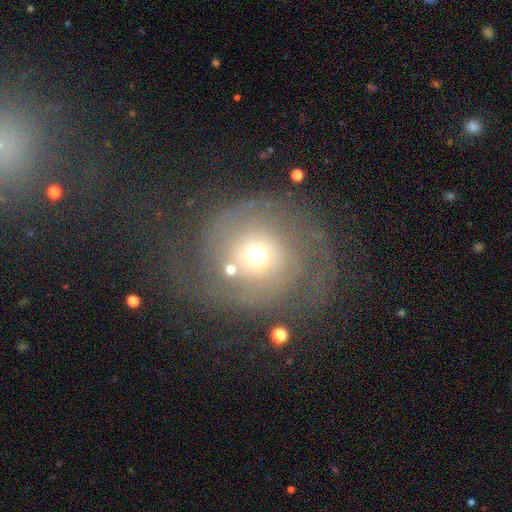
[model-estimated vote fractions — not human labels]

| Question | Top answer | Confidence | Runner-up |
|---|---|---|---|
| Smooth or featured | featured or disk | 63% | smooth (26%) |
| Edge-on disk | no | 97% | yes (3%) |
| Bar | no | 81% | weak (15%) |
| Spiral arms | yes | 78% | no (22%) |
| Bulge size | moderate | 59% | small (29%) |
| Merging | none | 56% | major disturbance (23%) |